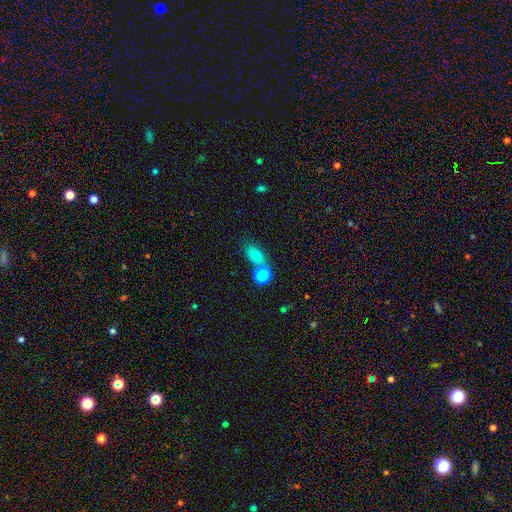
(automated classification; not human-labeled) This appears to be a smooth galaxy with no disk features (76%) that is in between round and cigar-shaped (73%). Merging: none (48%).